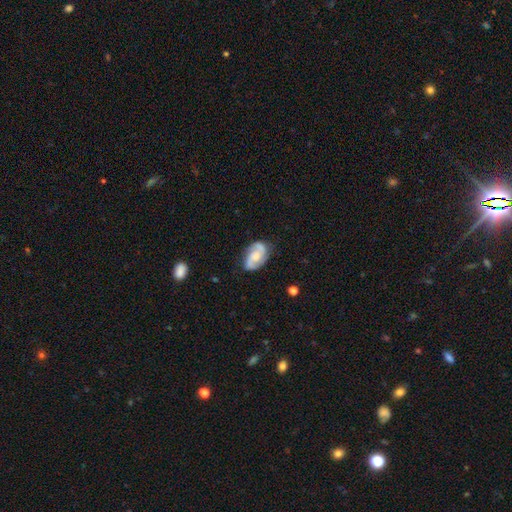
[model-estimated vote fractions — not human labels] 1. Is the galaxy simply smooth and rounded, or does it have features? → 77% featured or disk, 17% smooth, 6% star or artifact.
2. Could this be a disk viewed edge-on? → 97% no, 3% yes.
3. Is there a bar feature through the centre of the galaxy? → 56% no, 36% weak, 8% strong.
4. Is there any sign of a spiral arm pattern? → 95% yes, 5% no.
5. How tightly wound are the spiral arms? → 50% medium, 30% tight, 20% loose.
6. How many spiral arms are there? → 87% 2, 6% can't tell, 3% 3, 2% 1, 1% 4, 1% more than 4.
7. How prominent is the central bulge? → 35% moderate, 24% small, 23% none, 15% large, 2% dominant.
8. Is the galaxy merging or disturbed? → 74% none, 18% minor disturbance, 6% major disturbance, 2% merger.